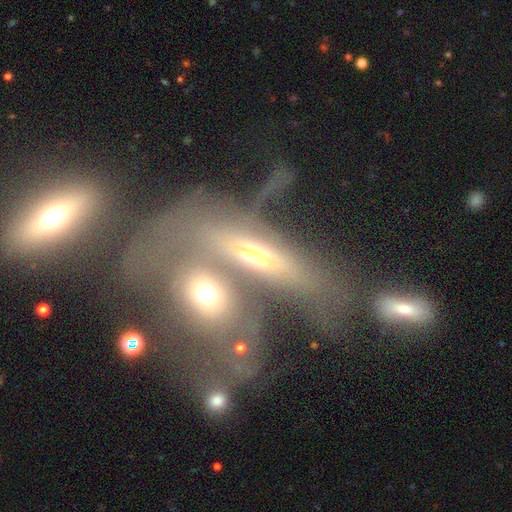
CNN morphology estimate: A featured or disk galaxy (56%). Merging: merger (57%).